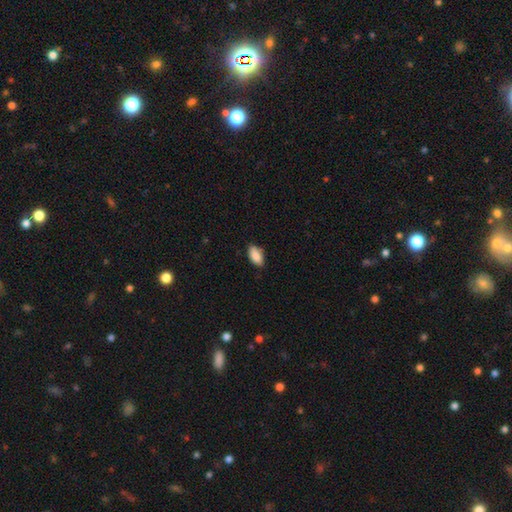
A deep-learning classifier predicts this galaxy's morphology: Smooth or featured? smooth (88%)
How rounded? in between (93%)
Merging? none (80%)